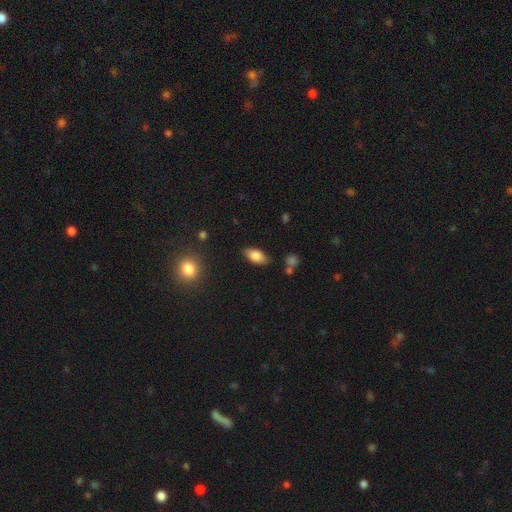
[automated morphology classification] The model was most divided on "smooth or featured": smooth: 81%, featured or disk: 11%, star or artifact: 7%. More confident: how rounded — in between (90%); merging — none (84%).